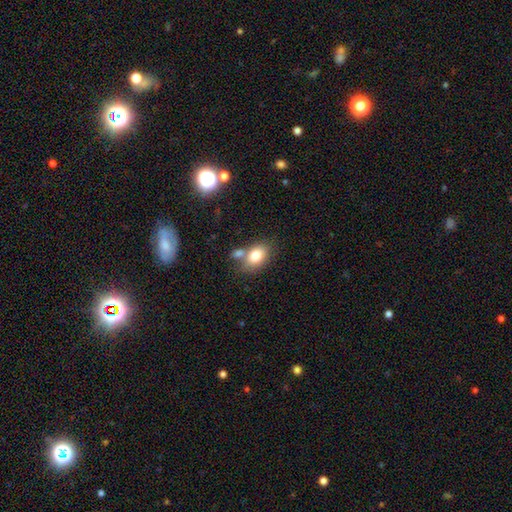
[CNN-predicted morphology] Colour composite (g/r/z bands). It shows a smooth galaxy with no disk features (79%) that is in between round and cigar-shaped (81%). Merging: none (55%).